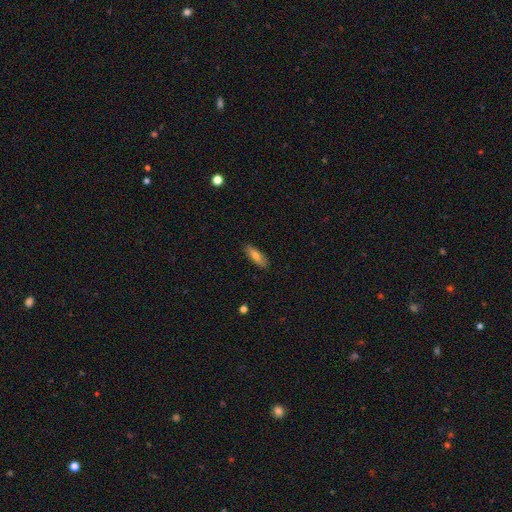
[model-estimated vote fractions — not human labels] smooth_or_featured: smooth (p=0.69) [alt: featured or disk p=0.24]
how_rounded: in between (p=0.50) [alt: cigar-shaped p=0.48]
merging: none (p=0.87) [alt: minor disturbance p=0.10]